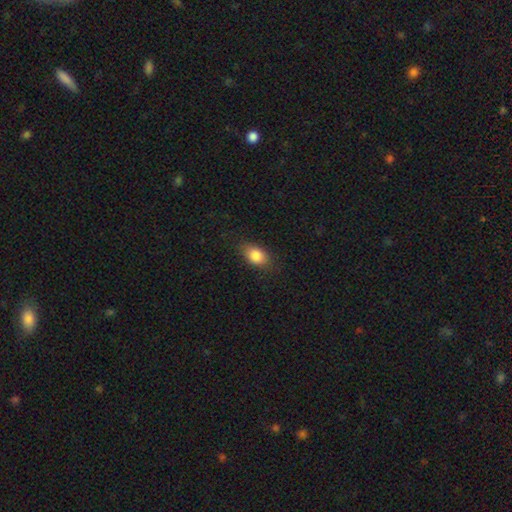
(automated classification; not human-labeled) This is clearly a smooth galaxy (84%). How rounded: clearly in between (83%). Merging: clearly none (82%).